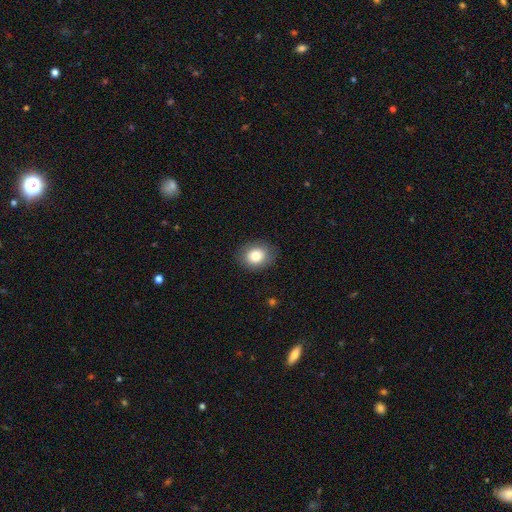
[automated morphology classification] smooth 81%, featured or disk 10%, star or artifact 9%. Down the decision tree: how rounded — round (57%); merging — none (86%).